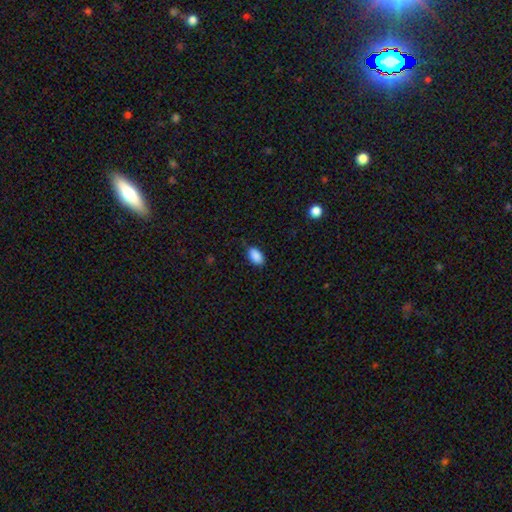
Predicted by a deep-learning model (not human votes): Smooth or featured?
  - smooth: 89% *
  - star or artifact: 8%
  - featured or disk: 3%
How rounded?
  - in between: 92% *
  - round: 6%
  - cigar-shaped: 2%
Merging?
  - none: 80% *
  - minor disturbance: 16%
  - major disturbance: 3%
  - merger: 1%